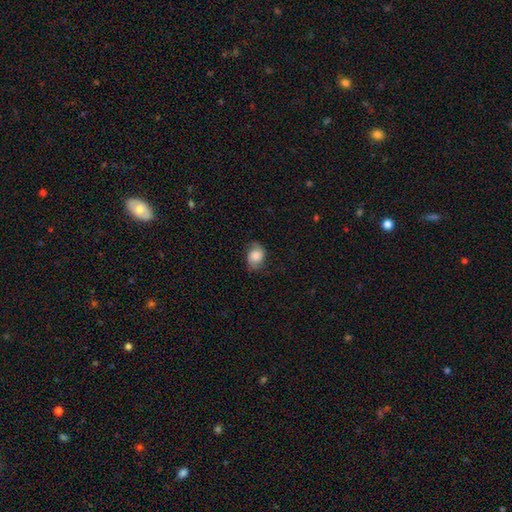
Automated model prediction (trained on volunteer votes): Smooth or featured? smooth (57%)
How rounded? in between (58%)
Merging? none (68%)